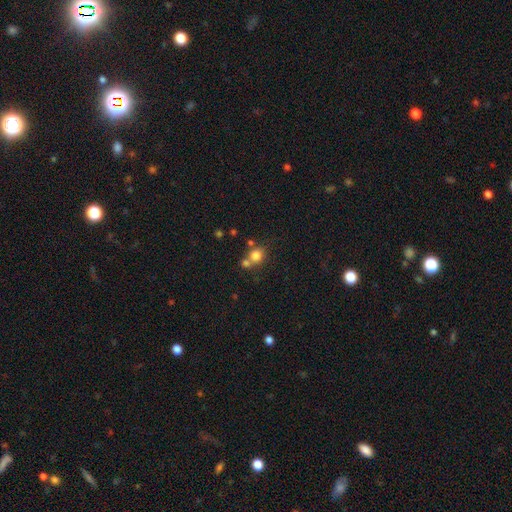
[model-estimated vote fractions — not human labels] Morphology: type=smooth (78%); roundness=round (82%); merging=none (50%).